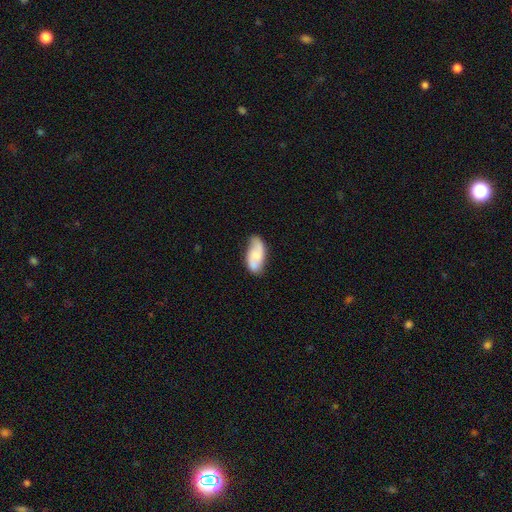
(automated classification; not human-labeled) Smooth or featured? Predicted: smooth (p=0.49). Merging? Predicted: none (p=0.63).